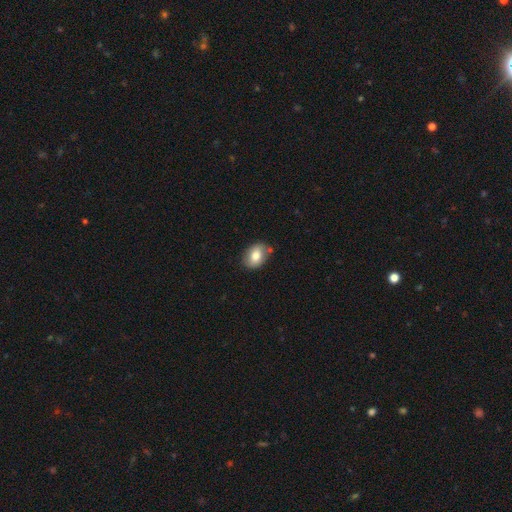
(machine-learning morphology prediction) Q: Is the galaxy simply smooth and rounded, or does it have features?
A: smooth — 77%.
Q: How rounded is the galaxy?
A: in between — 75%.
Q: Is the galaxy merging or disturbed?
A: none — 75%.